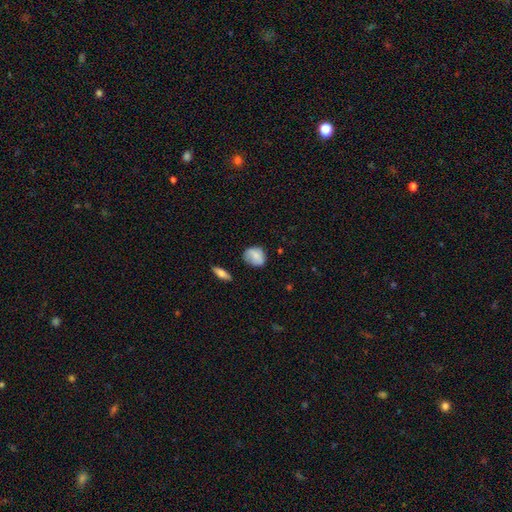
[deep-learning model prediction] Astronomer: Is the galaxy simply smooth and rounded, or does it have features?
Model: smooth — 75%.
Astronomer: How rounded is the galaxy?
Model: round — 56% (runner-up: in between, 42%).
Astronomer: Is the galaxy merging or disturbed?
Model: none — 66%.